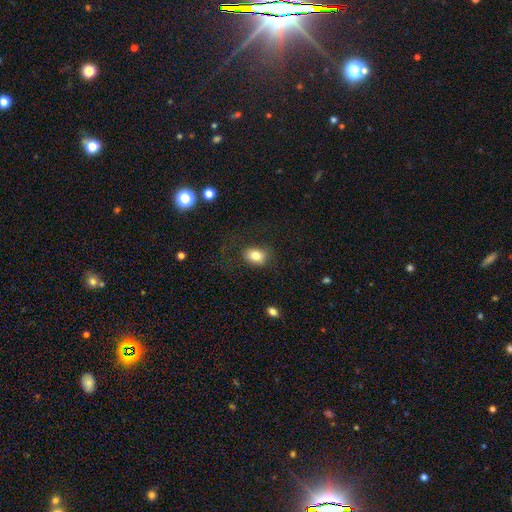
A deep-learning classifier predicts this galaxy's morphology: This is clearly a smooth galaxy (82%). How rounded: likely in between (69%). Merging: likely none (74%).